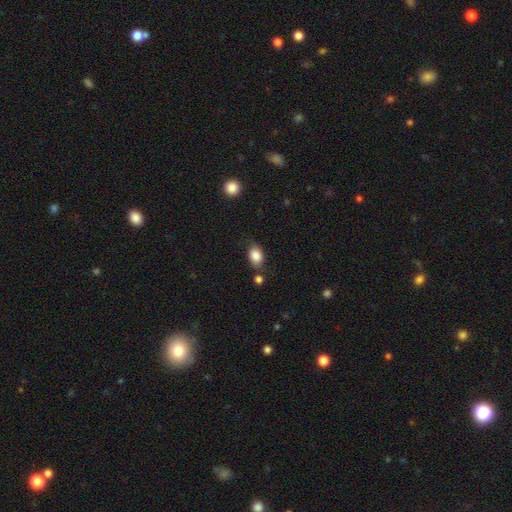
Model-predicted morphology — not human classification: This is clearly a smooth galaxy (84%). How rounded: likely in between (74%). Merging: likely none (67%).